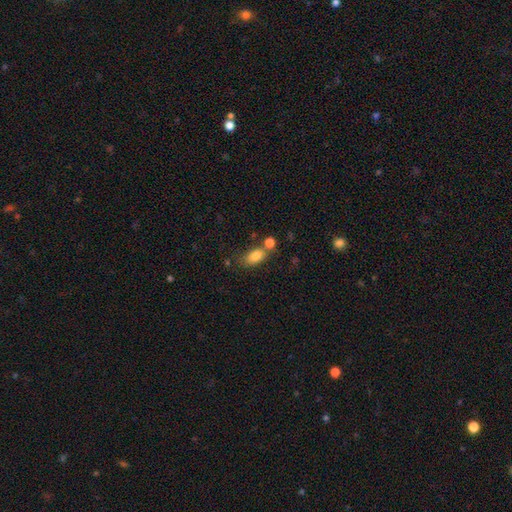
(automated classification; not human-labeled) Morphology: type=smooth (83%); roundness=in between (85%); merging=none (54%).